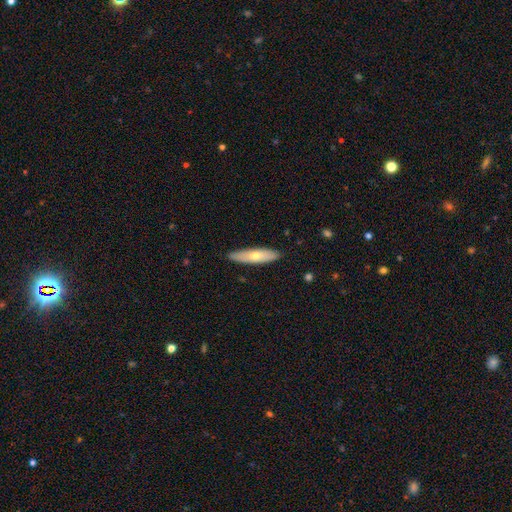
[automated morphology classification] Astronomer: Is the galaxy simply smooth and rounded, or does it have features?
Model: smooth — 59% (runner-up: featured or disk, 35%).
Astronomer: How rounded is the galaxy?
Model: cigar-shaped — 69%.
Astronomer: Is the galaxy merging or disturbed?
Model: none — 88%.